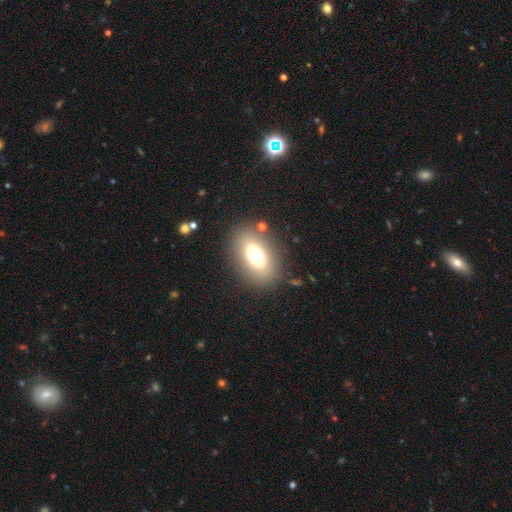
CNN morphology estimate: A smooth galaxy with no disk features (72%) that is in between round and cigar-shaped (84%). Merging: none (83%).